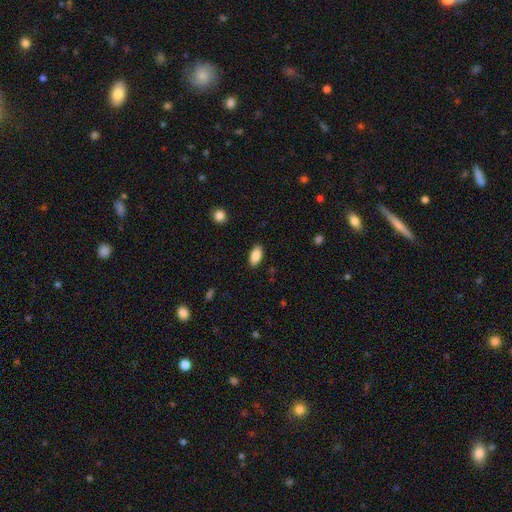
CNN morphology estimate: smooth 88%, star or artifact 7%, featured or disk 5%. Down the decision tree: how rounded — in between (92%); merging — none (88%).